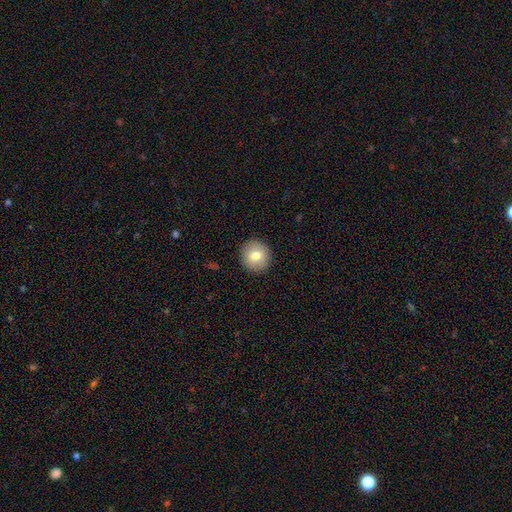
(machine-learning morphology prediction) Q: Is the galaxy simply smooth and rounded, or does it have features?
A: smooth — 76%.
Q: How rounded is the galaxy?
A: round — 95%.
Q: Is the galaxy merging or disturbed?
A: none — 92%.